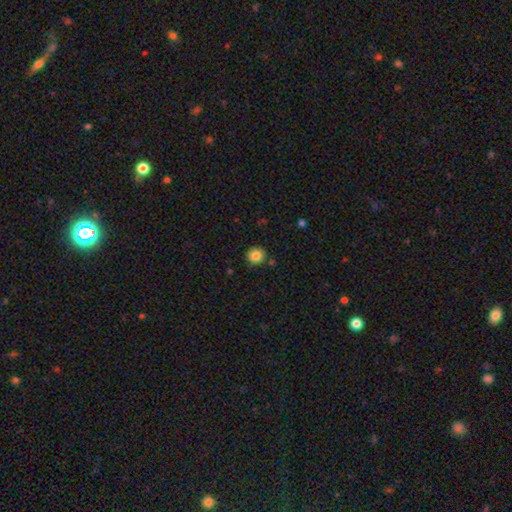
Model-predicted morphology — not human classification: Overall: smooth (85%). How rounded: round (90%). Merging: none (86%).